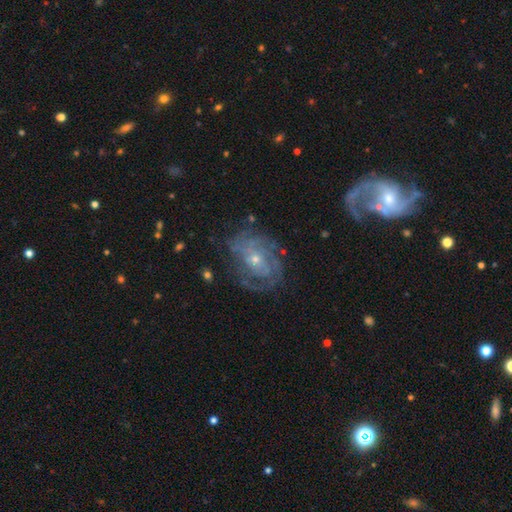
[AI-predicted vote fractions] Smooth or featured? Predicted: featured or disk (p=0.76). Edge-on disk? Predicted: no (p=0.96). Bar? Predicted: no (p=0.61). Spiral arms? Predicted: yes (p=0.88). Spiral winding? Predicted: tight (p=0.51). Spiral arm count? Predicted: can't tell (p=0.37). Bulge size? Predicted: small (p=0.62). Merging? Predicted: none (p=0.66).